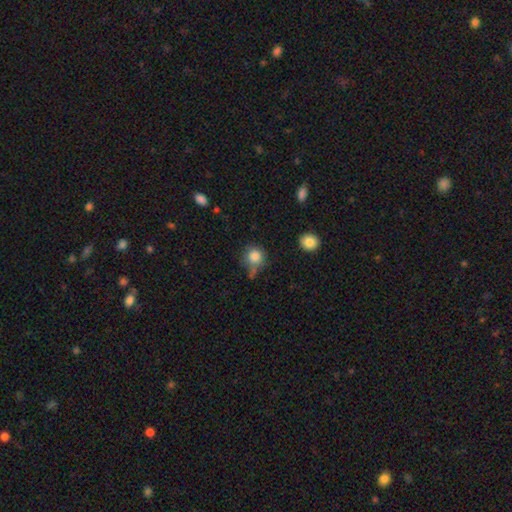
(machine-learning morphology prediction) smooth_or_featured: smooth (p=0.84) [alt: star or artifact p=0.10]
how_rounded: round (p=0.91) [alt: in between p=0.08]
merging: none (p=0.62) [alt: minor disturbance p=0.20]